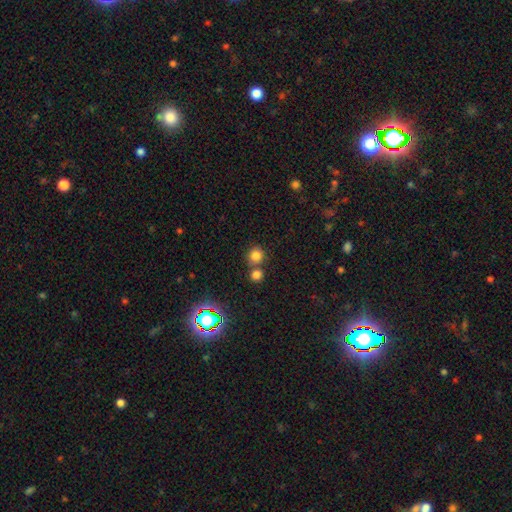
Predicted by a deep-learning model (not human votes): smooth_or_featured: smooth (p=0.79) [alt: star or artifact p=0.15]
how_rounded: round (p=0.90) [alt: in between p=0.09]
merging: none (p=0.62) [alt: merger p=0.28]